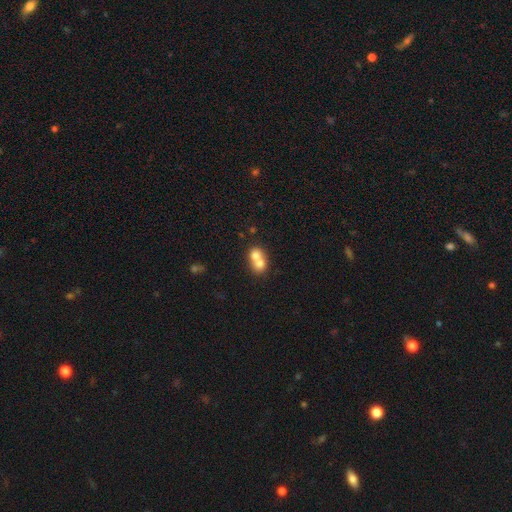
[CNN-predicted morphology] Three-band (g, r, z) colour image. It shows a smooth galaxy with no disk features (71%) that is round (59%). Merging: merger (74%).